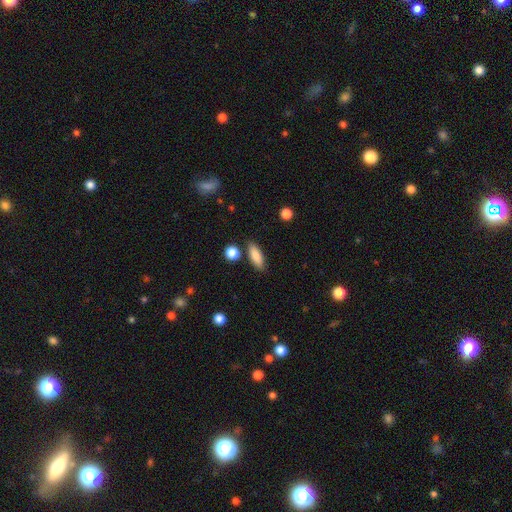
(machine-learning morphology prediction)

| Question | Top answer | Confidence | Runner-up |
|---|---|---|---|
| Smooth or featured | smooth | 86% | featured or disk (8%) |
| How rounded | in between | 66% | cigar-shaped (30%) |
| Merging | none | 82% | minor disturbance (11%) |